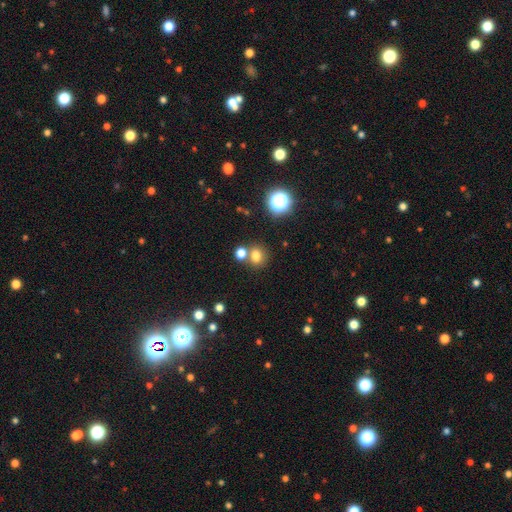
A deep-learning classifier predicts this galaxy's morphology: Smooth or featured? smooth (75%)
How rounded? round (66%)
Merging? none (61%)